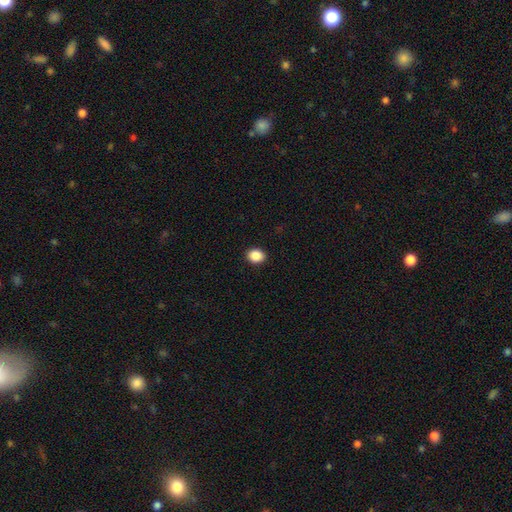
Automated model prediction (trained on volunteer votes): Q: Smooth or featured?
A: smooth (88%); runner-up: star or artifact (9%)
Q: How rounded?
A: round (59%); runner-up: in between (41%)
Q: Merging?
A: none (92%); runner-up: minor disturbance (6%)